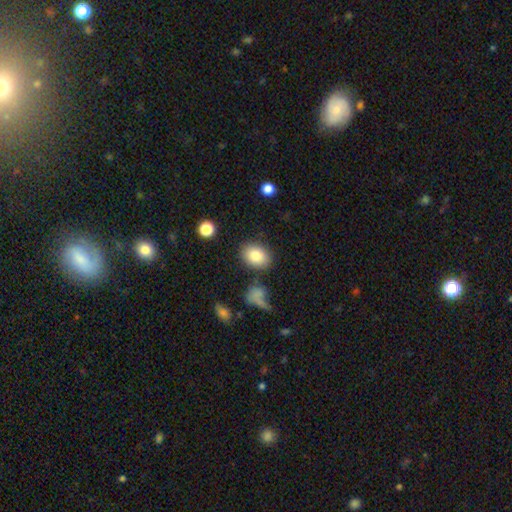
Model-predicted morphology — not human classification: type=smooth (84%); roundness=in between (70%); merging=none (81%).